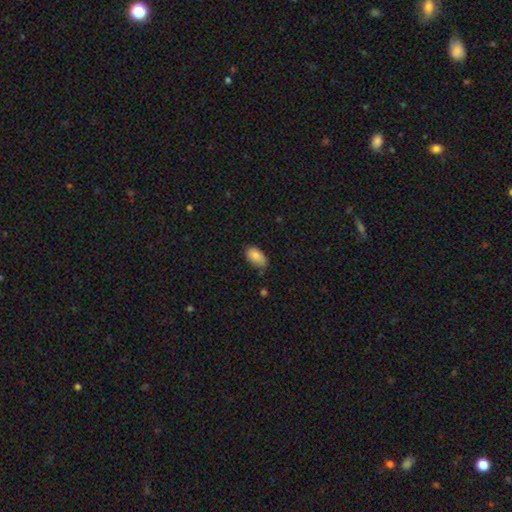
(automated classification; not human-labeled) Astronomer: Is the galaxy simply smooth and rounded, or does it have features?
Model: smooth — 85%.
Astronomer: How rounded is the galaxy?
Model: in between — 93%.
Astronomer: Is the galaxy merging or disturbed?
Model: none — 62%.